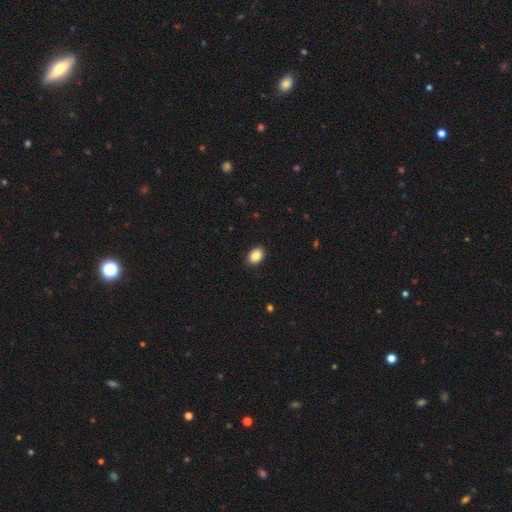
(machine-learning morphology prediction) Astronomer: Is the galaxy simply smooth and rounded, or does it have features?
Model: smooth — 88%.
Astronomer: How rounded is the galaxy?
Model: in between — 76%.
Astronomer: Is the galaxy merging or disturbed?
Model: none — 89%.